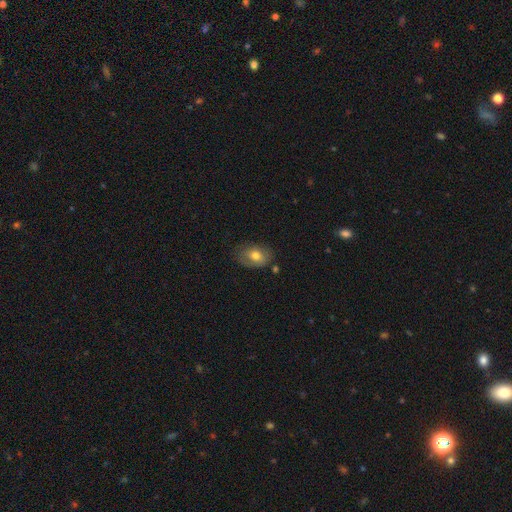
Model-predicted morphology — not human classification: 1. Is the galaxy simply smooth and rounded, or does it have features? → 69% smooth, 23% featured or disk, 8% star or artifact.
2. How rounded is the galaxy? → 78% in between, 21% round, 1% cigar-shaped.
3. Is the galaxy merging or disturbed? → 69% none, 22% minor disturbance, 6% major disturbance, 3% merger.